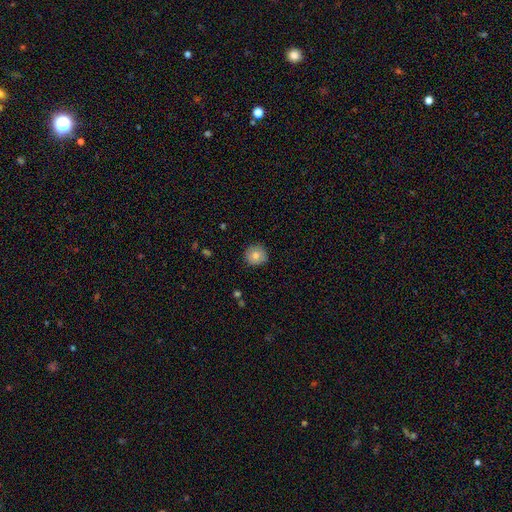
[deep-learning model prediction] smooth-or-featured: smooth: 81% | featured or disk: 11% | star or artifact: 8%
  how-rounded: round: 93% | in between: 6% | cigar-shaped: 1%
  merging: none: 88% | minor disturbance: 9% | major disturbance: 2% | merger: 1%